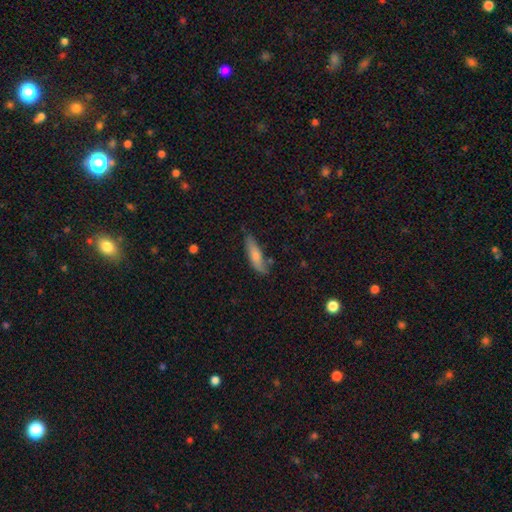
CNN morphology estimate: Smooth or featured: smooth — 71% (featured or disk — 22%)
How rounded: cigar-shaped — 63% (in between — 35%)
Merging: none — 67% (minor disturbance — 24%)